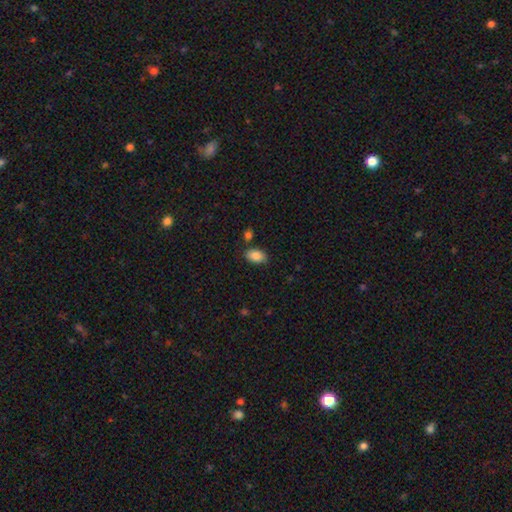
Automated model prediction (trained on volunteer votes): Smooth or featured? smooth (88%)
How rounded? in between (91%)
Merging? none (78%)